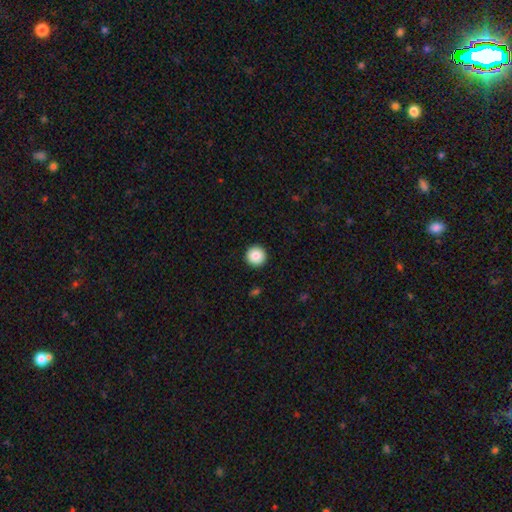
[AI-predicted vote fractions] smooth_or_featured: smooth (p=0.88) [alt: star or artifact p=0.08]
how_rounded: round (p=0.97) [alt: in between p=0.02]
merging: none (p=0.94) [alt: minor disturbance p=0.04]